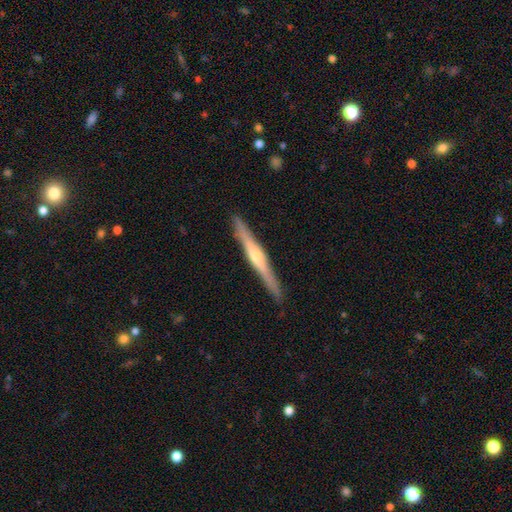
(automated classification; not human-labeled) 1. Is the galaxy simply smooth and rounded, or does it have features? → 73% featured or disk, 22% smooth, 6% star or artifact.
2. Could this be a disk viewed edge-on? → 98% yes, 2% no.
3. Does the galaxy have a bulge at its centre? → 81% rounded, 14% none, 5% boxy.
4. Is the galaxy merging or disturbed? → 91% none, 6% minor disturbance, 1% major disturbance, 1% merger.